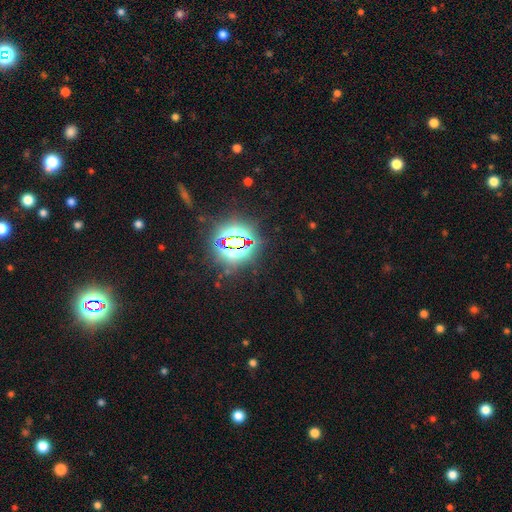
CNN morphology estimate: Smooth or featured? Predicted: star or artifact (p=0.73).